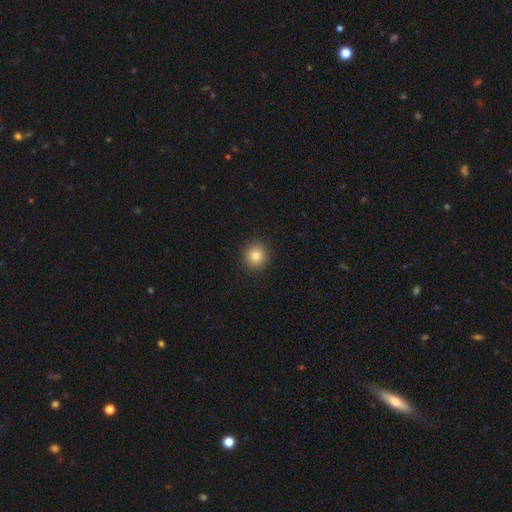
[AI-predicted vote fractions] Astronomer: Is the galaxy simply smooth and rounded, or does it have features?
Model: smooth — 83%.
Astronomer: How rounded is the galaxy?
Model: round — 92%.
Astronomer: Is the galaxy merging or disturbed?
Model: none — 92%.